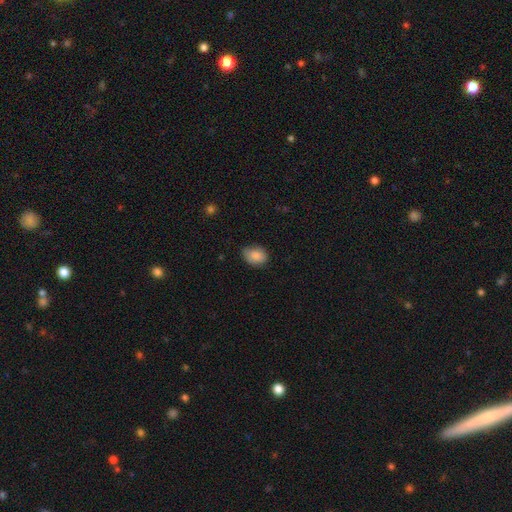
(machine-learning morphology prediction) Smooth or featured? smooth (85%)
How rounded? in between (68%)
Merging? none (70%)